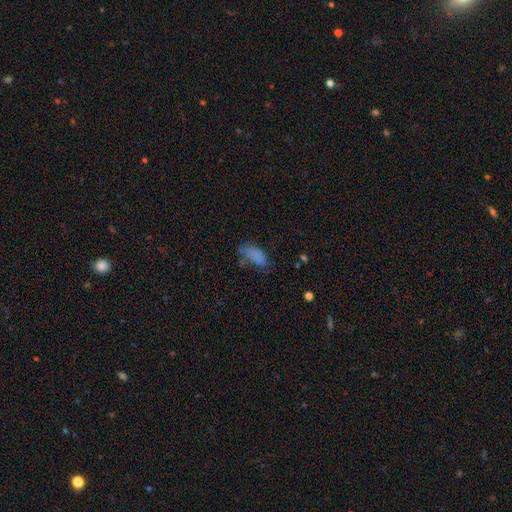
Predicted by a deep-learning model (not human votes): smooth_or_featured: smooth (p=0.77) [alt: star or artifact p=0.12]
how_rounded: in between (p=0.87) [alt: cigar-shaped p=0.10]
merging: none (p=0.50) [alt: minor disturbance p=0.28]